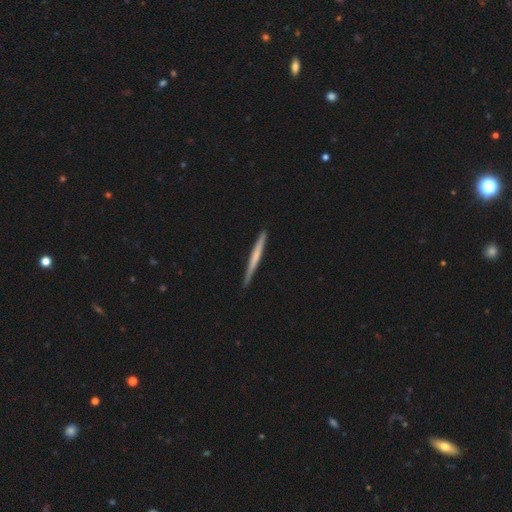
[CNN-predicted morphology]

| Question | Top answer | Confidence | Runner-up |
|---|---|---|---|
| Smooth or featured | featured or disk | 48% | smooth (47%) |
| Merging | none | 89% | minor disturbance (9%) |